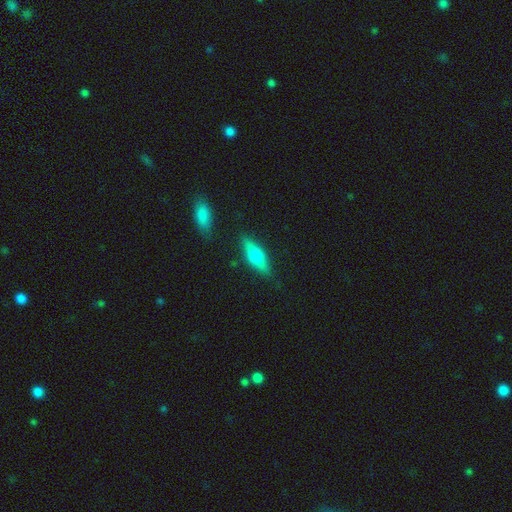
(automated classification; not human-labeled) Morphology: type=smooth (51%); roundness=cigar-shaped (51%); merging=none (85%).